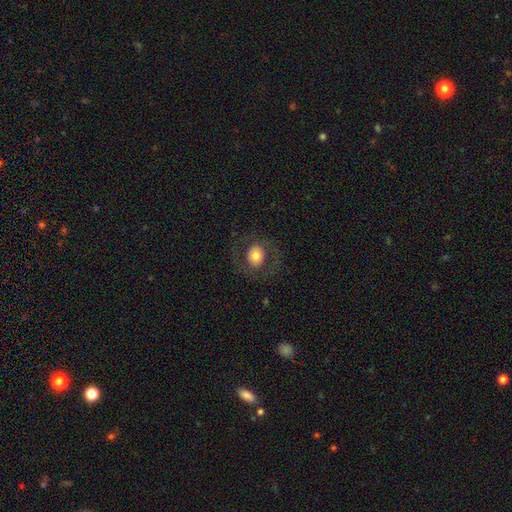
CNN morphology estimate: The model was most divided on "smooth or featured": smooth: 66%, featured or disk: 25%, star or artifact: 9%. More confident: merging — none (80%); how rounded — round (79%).